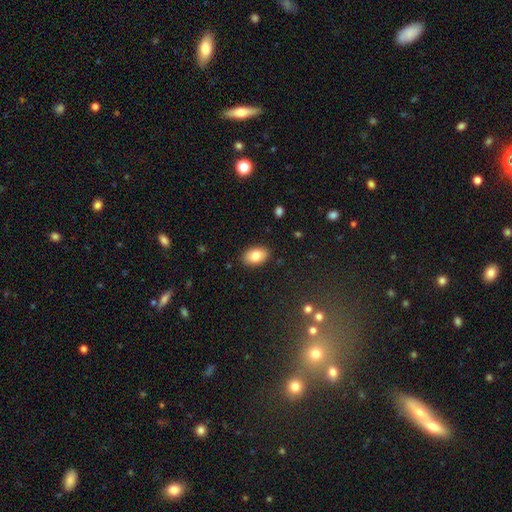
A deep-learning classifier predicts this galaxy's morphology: The model was most divided on "smooth or featured": smooth: 82%, featured or disk: 11%, star or artifact: 7%. More confident: how rounded — in between (90%); merging — none (87%).